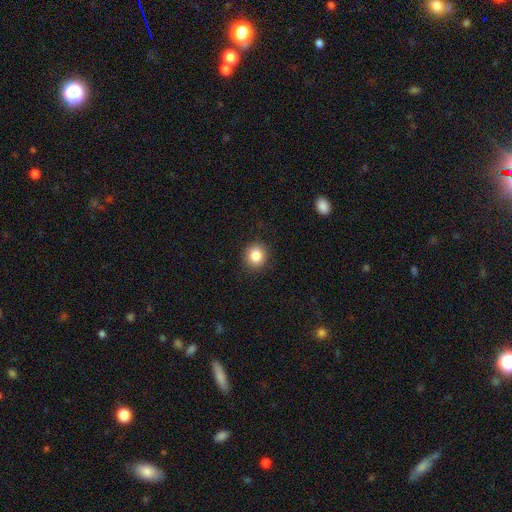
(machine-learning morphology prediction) Smooth or featured? Predicted: smooth (p=0.85). How rounded? Predicted: round (p=0.87). Merging? Predicted: none (p=0.90).